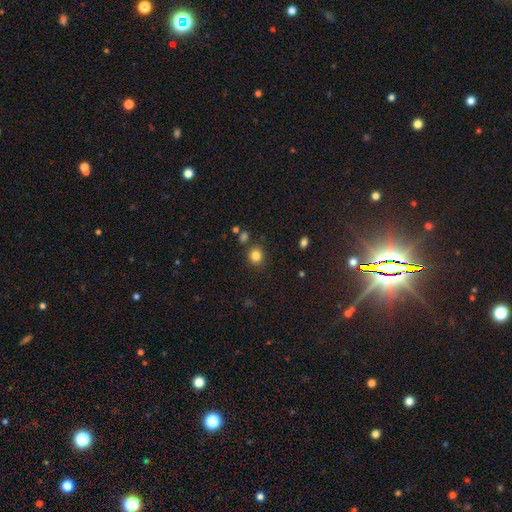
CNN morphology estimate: This appears to be a smooth galaxy with no disk features (83%) that is round (83%). Merging: none (85%).